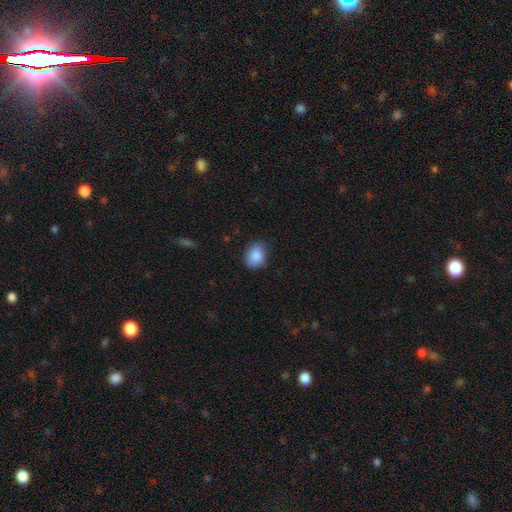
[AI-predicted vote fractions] The model was most divided on "how rounded": in between: 64%, round: 35%, cigar-shaped: 1%. More confident: smooth or featured — smooth (88%); merging — none (75%).